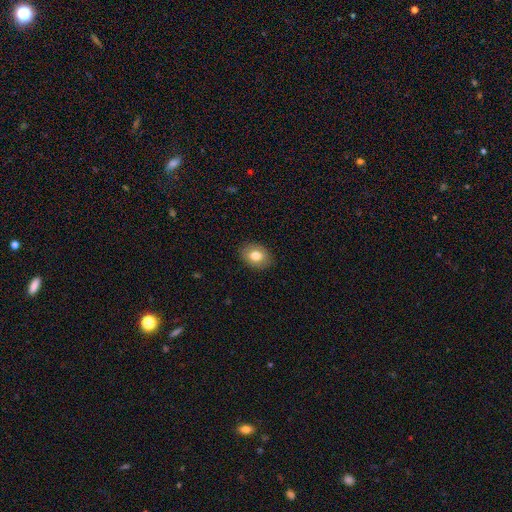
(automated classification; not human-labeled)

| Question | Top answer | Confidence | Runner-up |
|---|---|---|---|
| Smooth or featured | smooth | 80% | featured or disk (12%) |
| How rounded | in between | 60% | round (39%) |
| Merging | none | 90% | minor disturbance (8%) |